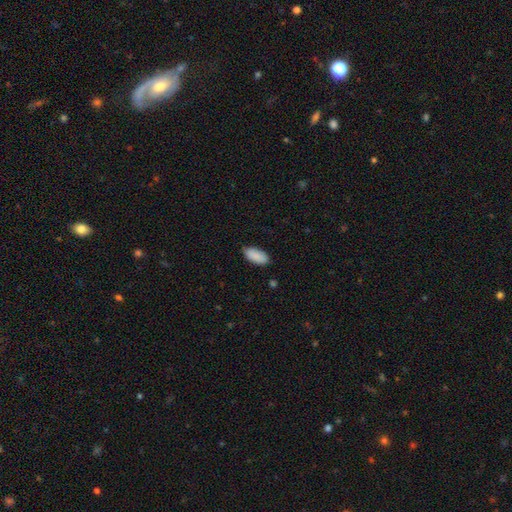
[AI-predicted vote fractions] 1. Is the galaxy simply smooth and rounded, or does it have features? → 90% smooth, 6% star or artifact, 4% featured or disk.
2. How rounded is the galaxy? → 93% in between, 5% cigar-shaped, 2% round.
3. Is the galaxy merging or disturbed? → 81% none, 15% minor disturbance, 2% major disturbance, 1% merger.